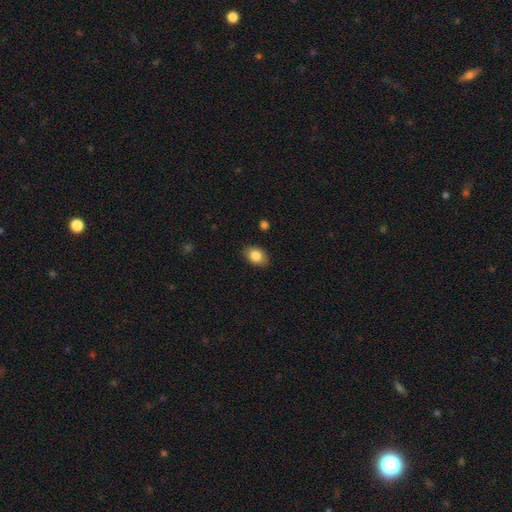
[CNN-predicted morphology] This is clearly a smooth galaxy (84%). How rounded: likely in between (79%). Merging: clearly none (86%).